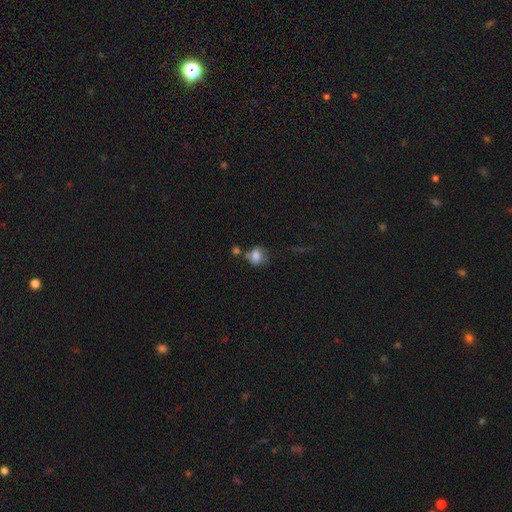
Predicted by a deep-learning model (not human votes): Smooth or featured? smooth (76%)
How rounded? round (59%)
Merging? none (47%)